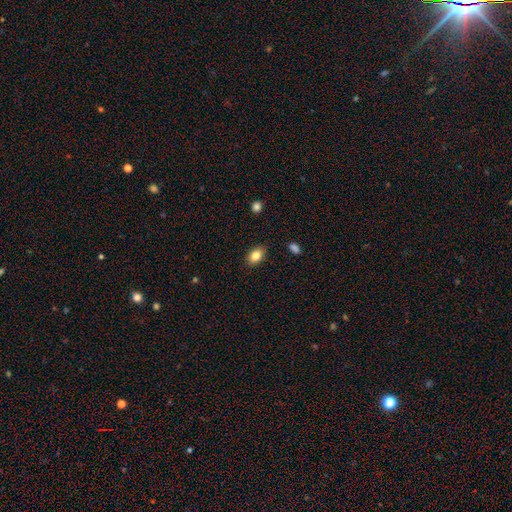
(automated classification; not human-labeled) This is clearly a smooth galaxy (84%). How rounded: clearly in between (85%). Merging: clearly none (86%).